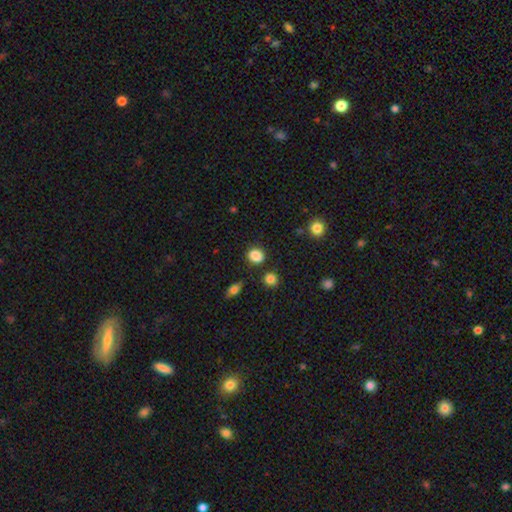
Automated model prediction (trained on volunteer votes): smooth 85%, star or artifact 11%, featured or disk 4%. Down the decision tree: how rounded — round (57%); merging — none (79%).